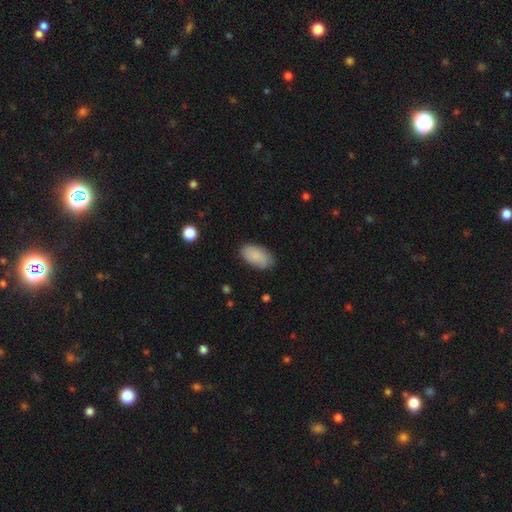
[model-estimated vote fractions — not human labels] Smooth or featured? smooth (87%)
How rounded? in between (94%)
Merging? none (80%)